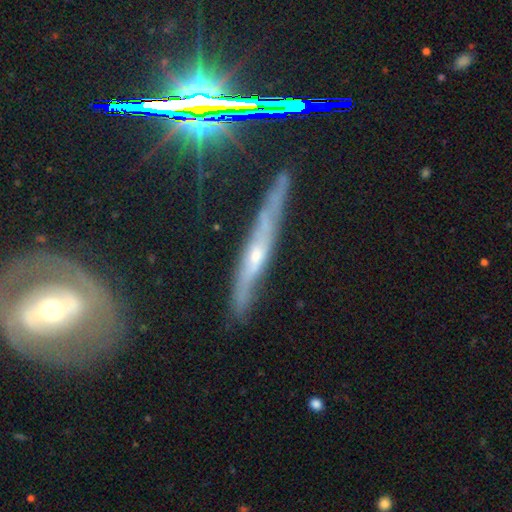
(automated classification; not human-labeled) This is likely a featured or disk galaxy (69%). It is clearly viewed edge-on (84%). Edge-on bulge: possibly rounded (60%). Merging: likely none (76%).